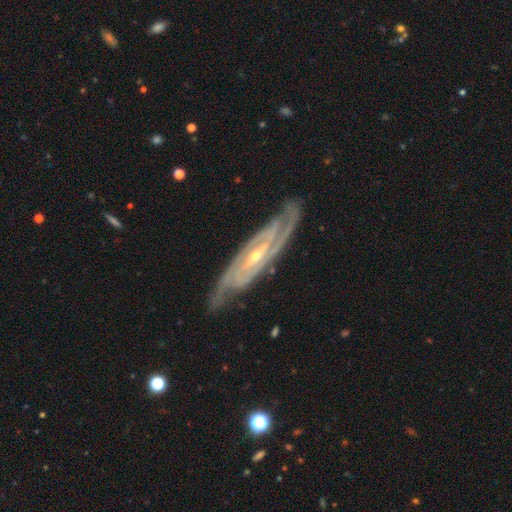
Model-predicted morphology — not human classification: A featured or disk galaxy (90%) with a weak bar (36%), 2 (52%) tight (60%) spiral arms (98%) and a small central bulge (70%). Merging: none (80%).